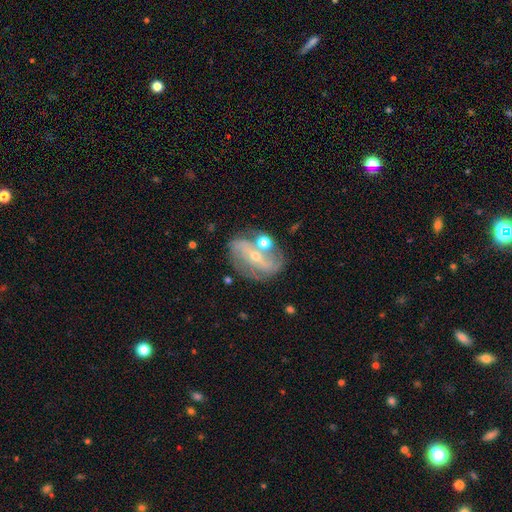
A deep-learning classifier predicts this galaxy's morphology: Smooth or featured? featured or disk (78%)
Edge-on disk? no (95%)
Bar? strong (39%)
Spiral arms? yes (83%)
Spiral winding? medium (39%)
Spiral arm count? 2 (77%)
Bulge size? small (62%)
Merging? none (63%)